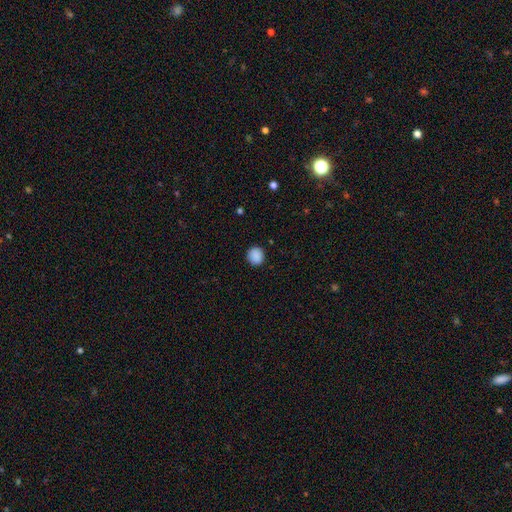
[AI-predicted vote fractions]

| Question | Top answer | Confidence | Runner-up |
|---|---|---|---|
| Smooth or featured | smooth | 89% | star or artifact (9%) |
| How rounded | round | 89% | in between (10%) |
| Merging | none | 90% | minor disturbance (7%) |